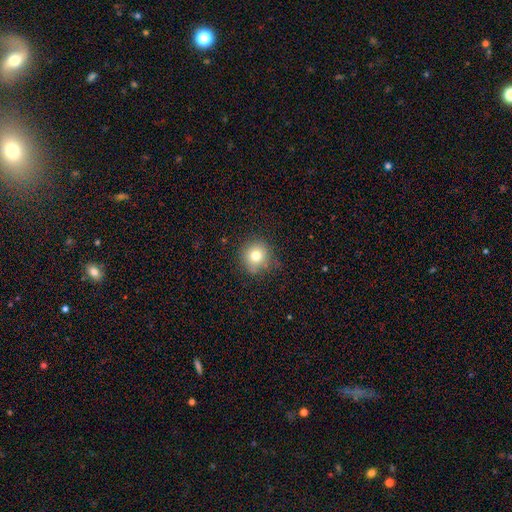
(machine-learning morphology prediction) This appears to be a smooth galaxy with no disk features (76%) that is round (92%). Merging: none (81%).